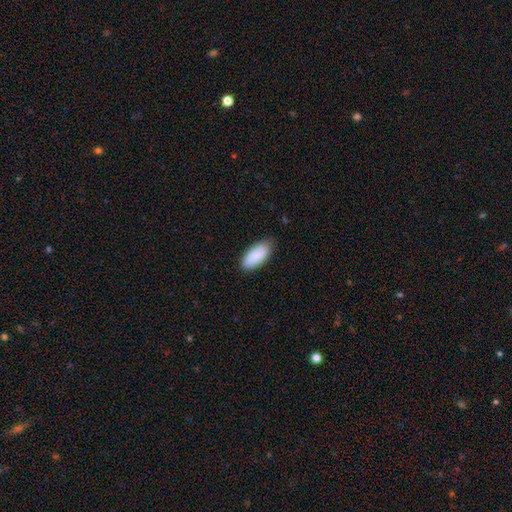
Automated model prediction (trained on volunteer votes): Smooth or featured: smooth — 89% (star or artifact — 6%)
How rounded: in between — 90% (cigar-shaped — 8%)
Merging: none — 82% (minor disturbance — 15%)